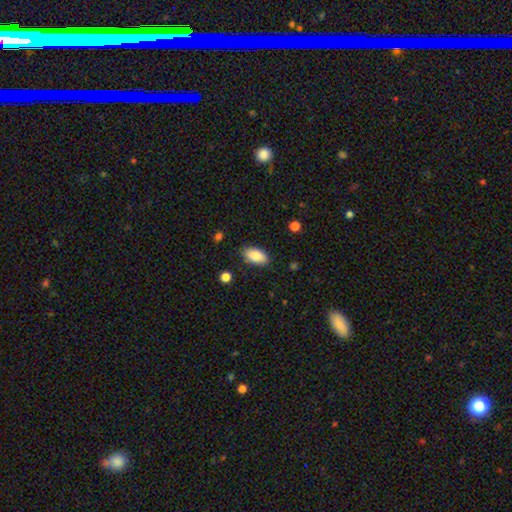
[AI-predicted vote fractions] Q: Smooth or featured?
A: smooth (86%); runner-up: featured or disk (7%)
Q: How rounded?
A: in between (93%); runner-up: cigar-shaped (4%)
Q: Merging?
A: none (84%); runner-up: minor disturbance (12%)